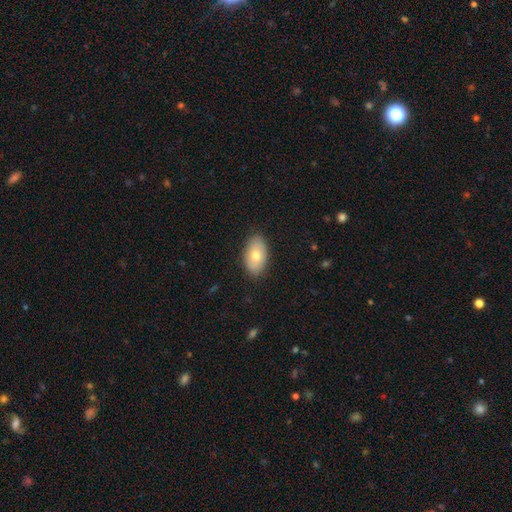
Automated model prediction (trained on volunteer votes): Smooth or featured: smooth — 72% (featured or disk — 21%)
How rounded: in between — 93% (round — 6%)
Merging: none — 86% (minor disturbance — 11%)